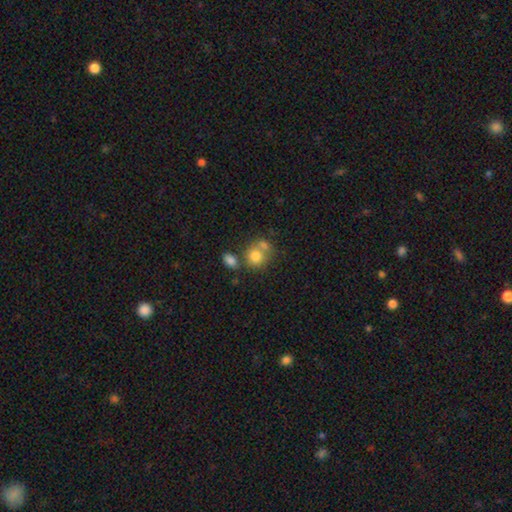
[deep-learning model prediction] Overall: smooth (77%). How rounded: round (74%). Merging: merger (43%; none 41%).